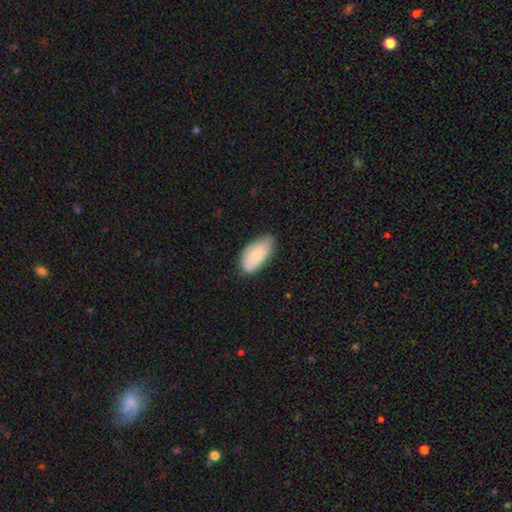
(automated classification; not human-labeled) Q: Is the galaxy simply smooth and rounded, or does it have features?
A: smooth — 75%.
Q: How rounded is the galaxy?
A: in between — 94%.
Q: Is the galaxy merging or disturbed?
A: none — 58%.